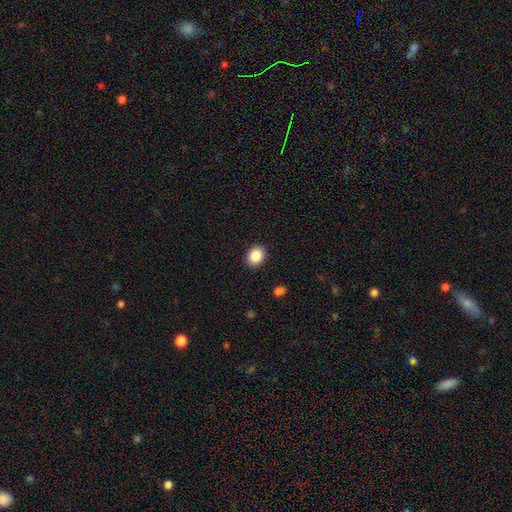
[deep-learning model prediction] Smooth or featured? Predicted: smooth (p=0.88). How rounded? Predicted: in between (p=0.53). Merging? Predicted: none (p=0.90).